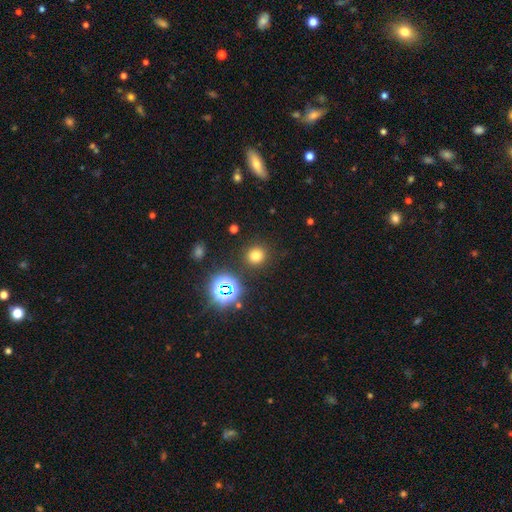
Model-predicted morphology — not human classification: The model was most divided on "smooth or featured": smooth: 71%, star or artifact: 23%, featured or disk: 6%. More confident: how rounded — round (92%); merging — none (88%).